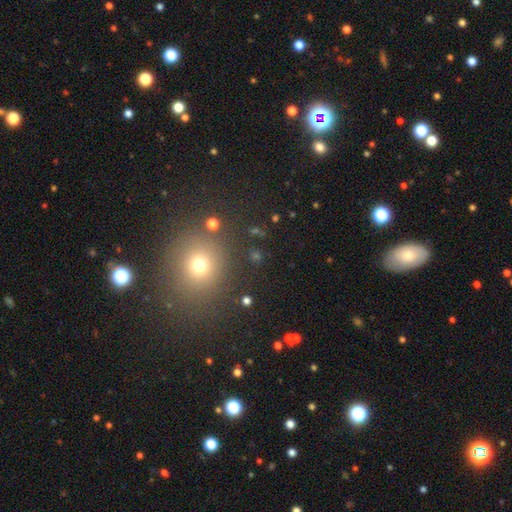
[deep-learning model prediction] This appears to be a smooth galaxy with no disk features (54%) that is round (82%). Merging: none (83%).